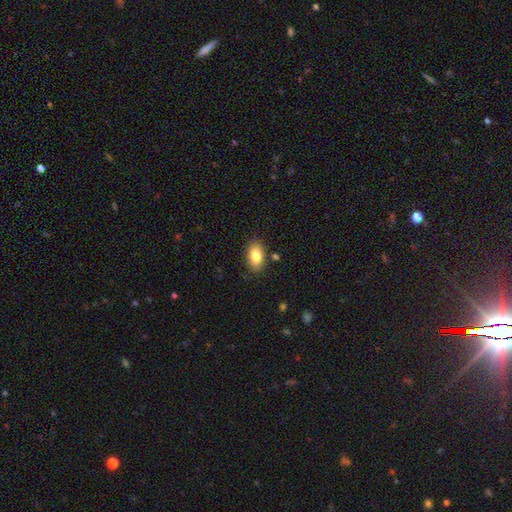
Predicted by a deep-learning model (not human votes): smooth_or_featured: smooth (p=0.81) [alt: featured or disk p=0.11]
how_rounded: in between (p=0.90) [alt: round p=0.08]
merging: none (p=0.84) [alt: minor disturbance p=0.11]